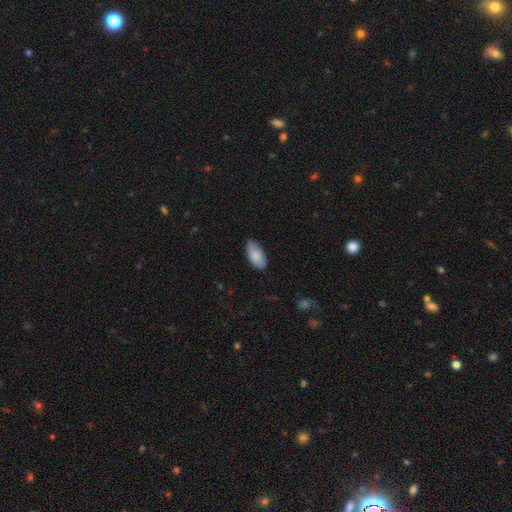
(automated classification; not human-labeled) smooth_or_featured: smooth (p=0.85) [alt: featured or disk p=0.09]
how_rounded: in between (p=0.93) [alt: cigar-shaped p=0.05]
merging: none (p=0.80) [alt: minor disturbance p=0.17]